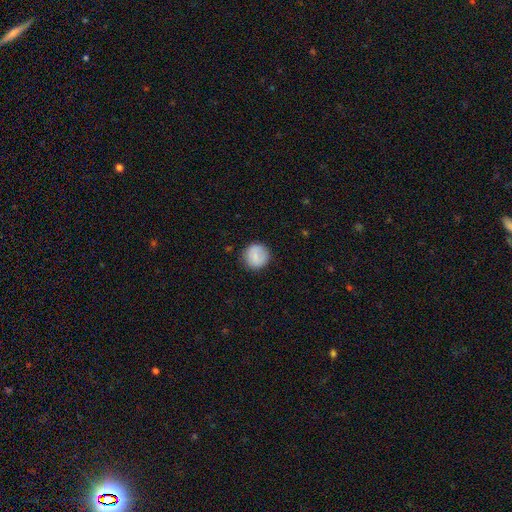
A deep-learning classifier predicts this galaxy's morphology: Q: Smooth or featured?
A: smooth (80%); runner-up: featured or disk (13%)
Q: How rounded?
A: round (93%); runner-up: in between (6%)
Q: Merging?
A: none (85%); runner-up: minor disturbance (11%)